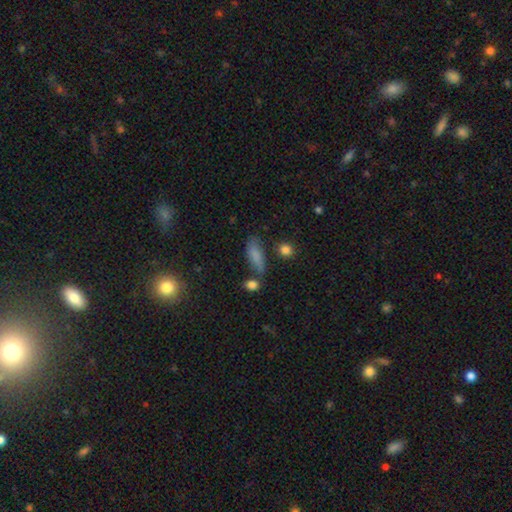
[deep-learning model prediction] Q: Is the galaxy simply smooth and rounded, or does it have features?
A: smooth — 78%.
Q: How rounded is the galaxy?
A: in between — 59%.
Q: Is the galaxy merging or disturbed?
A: none — 61%.